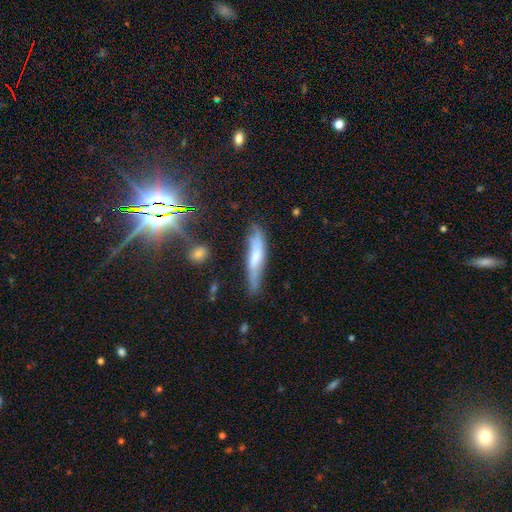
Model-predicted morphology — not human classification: Overall: smooth (55%; featured or disk 36%). How rounded: cigar-shaped (82%). Merging: none (64%; minor disturbance 25%).